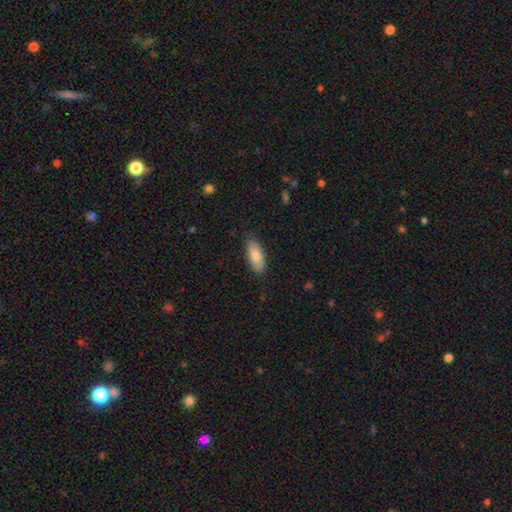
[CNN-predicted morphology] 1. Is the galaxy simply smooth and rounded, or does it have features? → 82% smooth, 12% featured or disk, 6% star or artifact.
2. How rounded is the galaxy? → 79% in between, 19% cigar-shaped, 2% round.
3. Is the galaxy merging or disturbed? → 83% none, 13% minor disturbance, 3% major disturbance, 1% merger.